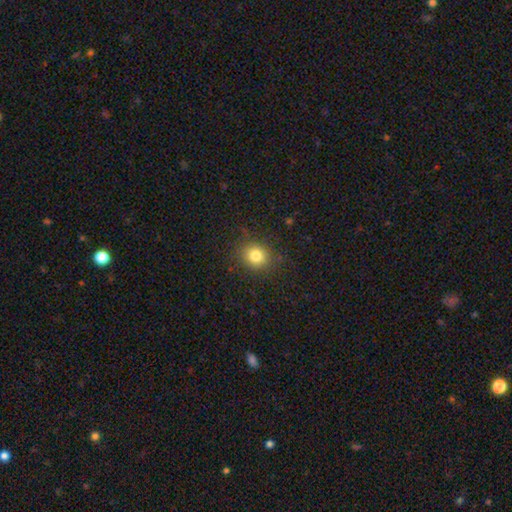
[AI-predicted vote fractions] smooth-or-featured: smooth: 80% | star or artifact: 13% | featured or disk: 7%
  how-rounded: round: 81% | in between: 18% | cigar-shaped: 1%
  merging: none: 86% | minor disturbance: 9% | major disturbance: 3% | merger: 1%